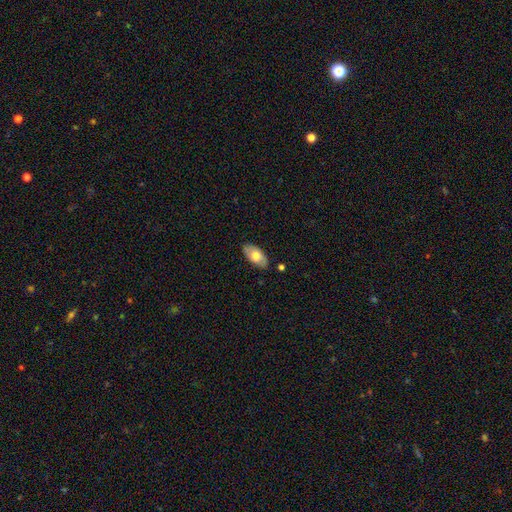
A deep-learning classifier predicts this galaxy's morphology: smooth_or_featured: smooth (p=0.63) [alt: featured or disk p=0.31]
how_rounded: in between (p=0.93) [alt: cigar-shaped p=0.04]
merging: none (p=0.84) [alt: minor disturbance p=0.12]